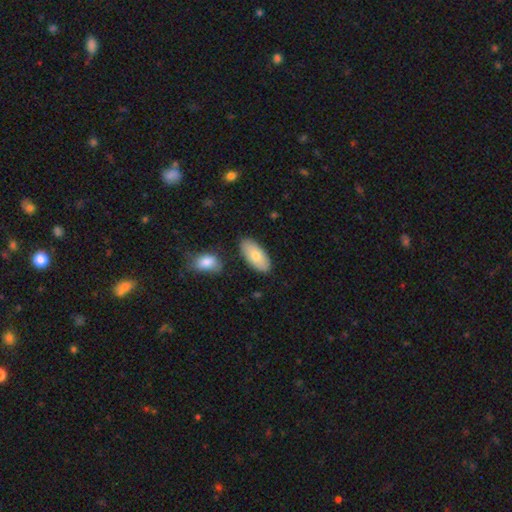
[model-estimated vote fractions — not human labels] This appears to be a smooth galaxy with no disk features (75%) that is in between round and cigar-shaped (92%). Merging: none (82%).